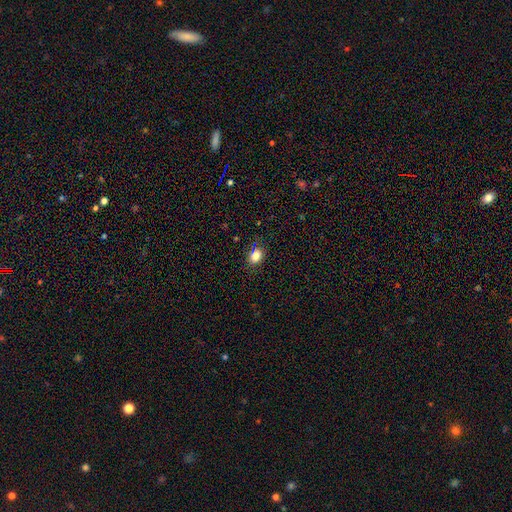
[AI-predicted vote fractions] Smooth or featured: smooth — 80% (star or artifact — 12%)
How rounded: in between — 63% (round — 36%)
Merging: none — 81% (minor disturbance — 14%)